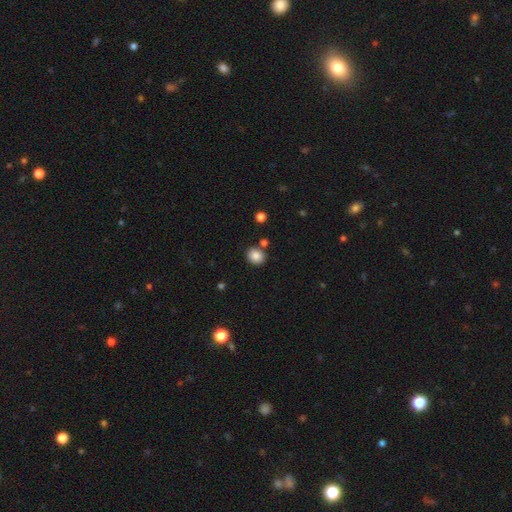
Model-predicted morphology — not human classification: Smooth or featured?
  - smooth: 86% *
  - star or artifact: 9%
  - featured or disk: 4%
How rounded?
  - round: 72% *
  - in between: 27%
  - cigar-shaped: 1%
Merging?
  - none: 81% *
  - minor disturbance: 9%
  - merger: 7%
  - major disturbance: 3%